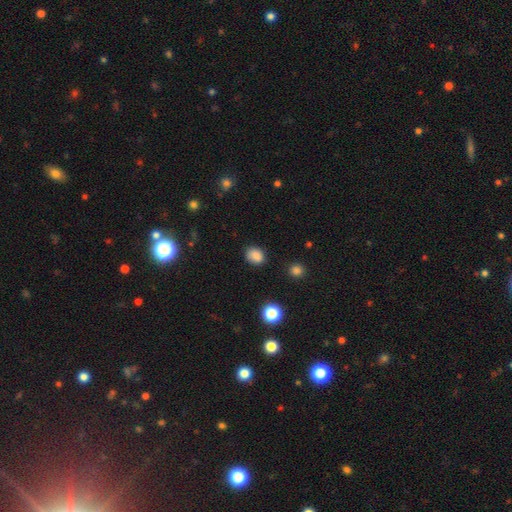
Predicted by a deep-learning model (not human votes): The model was most divided on "how rounded": round: 53%, in between: 46%, cigar-shaped: 1%. More confident: smooth or featured — smooth (85%); merging — none (83%).